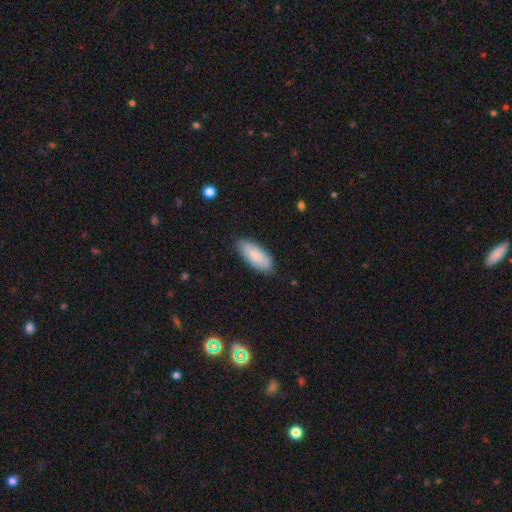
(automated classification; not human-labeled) Smooth or featured?
  - smooth: 85% *
  - featured or disk: 10%
  - star or artifact: 5%
How rounded?
  - in between: 86% *
  - cigar-shaped: 12%
  - round: 2%
Merging?
  - none: 78% *
  - minor disturbance: 18%
  - major disturbance: 3%
  - merger: 1%